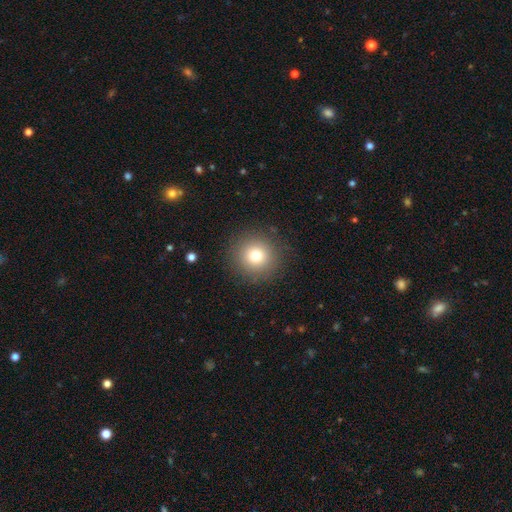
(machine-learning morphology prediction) Smooth or featured?
  - smooth: 77% *
  - star or artifact: 13%
  - featured or disk: 10%
How rounded?
  - round: 94% *
  - in between: 5%
  - cigar-shaped: 1%
Merging?
  - none: 89% *
  - minor disturbance: 7%
  - major disturbance: 3%
  - merger: 1%